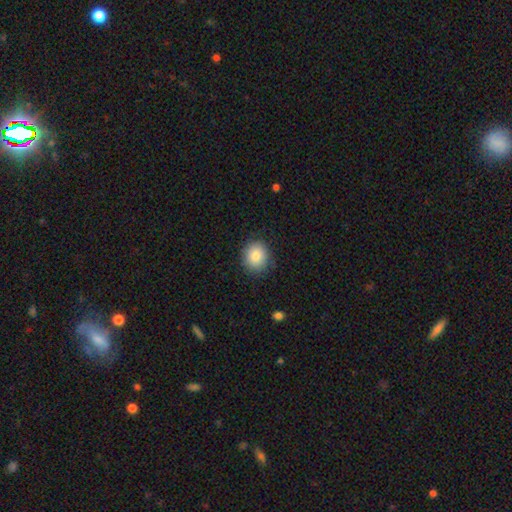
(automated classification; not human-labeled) smooth 85%, star or artifact 8%, featured or disk 7%. Down the decision tree: how rounded — round (75%); merging — none (85%).